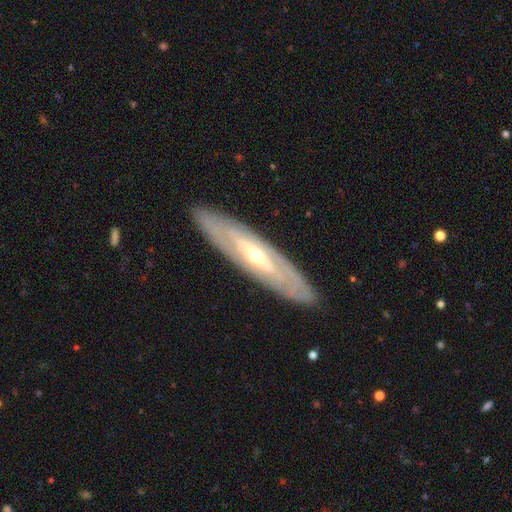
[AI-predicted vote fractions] Overall: featured or disk (79%). Edge-on disk: no (67%; yes 33%). Bar: no (59%; weak 26%). Spiral arms: yes (61%; no 39%). Bulge size: moderate (56%; small 39%). Merging: none (86%).